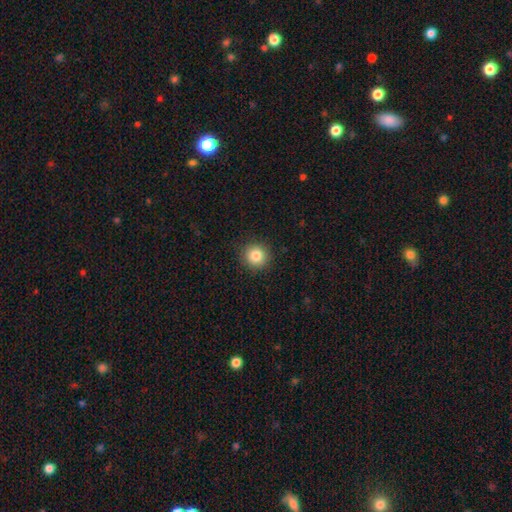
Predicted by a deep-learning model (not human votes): Smooth or featured?
  - smooth: 84% *
  - star or artifact: 11%
  - featured or disk: 5%
How rounded?
  - round: 93% *
  - in between: 6%
  - cigar-shaped: 1%
Merging?
  - none: 91% *
  - minor disturbance: 6%
  - major disturbance: 2%
  - merger: 1%